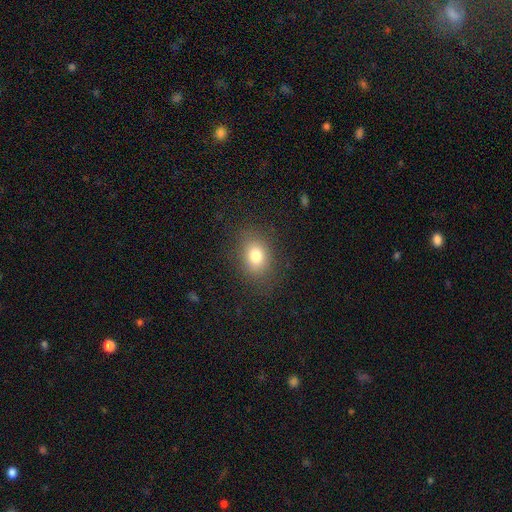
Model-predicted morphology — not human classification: Smooth or featured: smooth — 78% (star or artifact — 12%)
How rounded: in between — 61% (round — 38%)
Merging: none — 82% (minor disturbance — 12%)